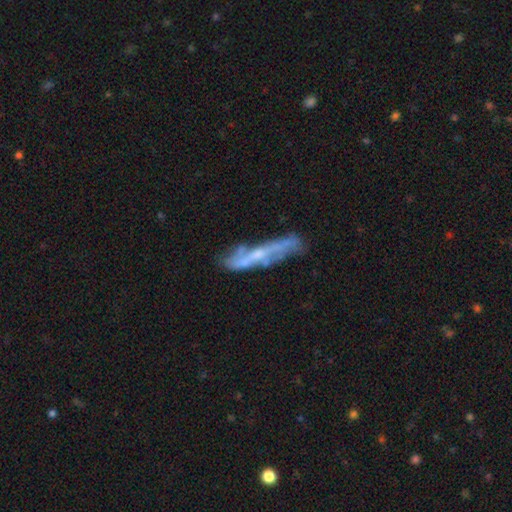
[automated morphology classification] Smooth or featured?
  - featured or disk: 67% *
  - smooth: 26%
  - star or artifact: 8%
Edge-on disk?
  - yes: 56% *
  - no: 44%
Merging?
  - none: 65% *
  - minor disturbance: 21%
  - major disturbance: 8%
  - merger: 6%